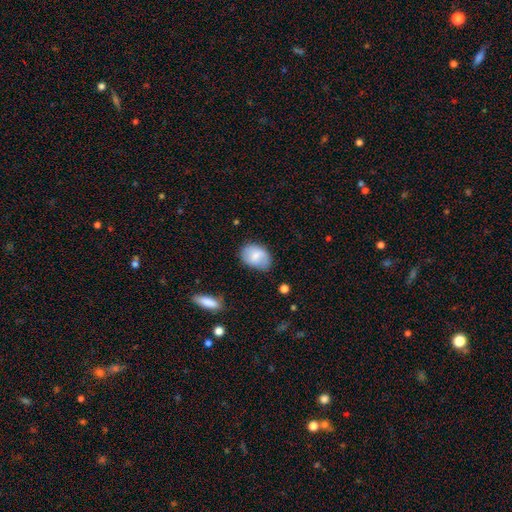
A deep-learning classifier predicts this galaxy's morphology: Smooth or featured? smooth (72%)
How rounded? in between (79%)
Merging? none (71%)